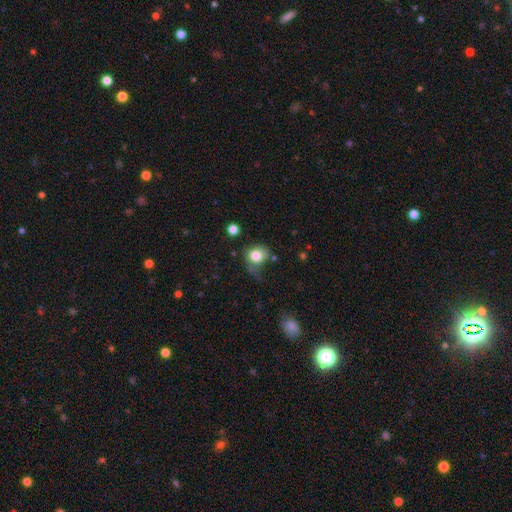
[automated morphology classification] Smooth or featured? Predicted: smooth (p=0.79). How rounded? Predicted: round (p=0.67). Merging? Predicted: none (p=0.42).